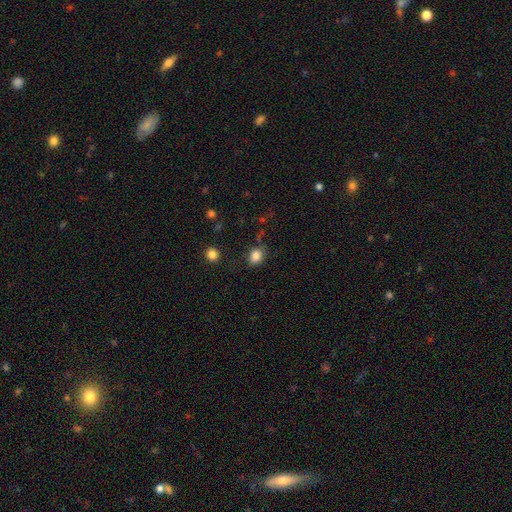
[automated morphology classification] smooth 84%, star or artifact 11%, featured or disk 6%. Down the decision tree: how rounded — in between (58%); merging — none (74%).